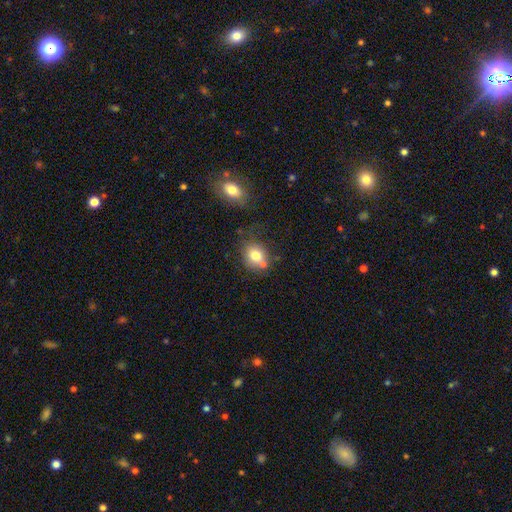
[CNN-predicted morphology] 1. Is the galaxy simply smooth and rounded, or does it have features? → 77% smooth, 12% featured or disk, 10% star or artifact.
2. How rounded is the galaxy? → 64% round, 35% in between, 1% cigar-shaped.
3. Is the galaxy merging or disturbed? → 58% none, 20% merger, 16% minor disturbance, 5% major disturbance.